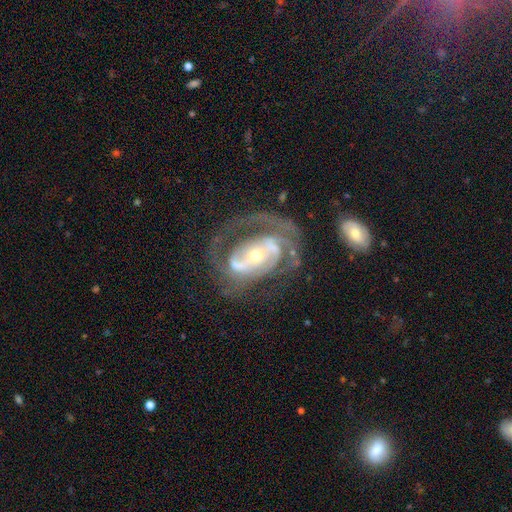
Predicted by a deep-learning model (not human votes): Smooth or featured? featured or disk (87%)
Edge-on disk? no (96%)
Bar? no (38%)
Spiral arms? yes (89%)
Spiral winding? tight (42%, tied with medium)
Spiral arm count? 2 (51%)
Bulge size? small (55%)
Merging? none (47%)